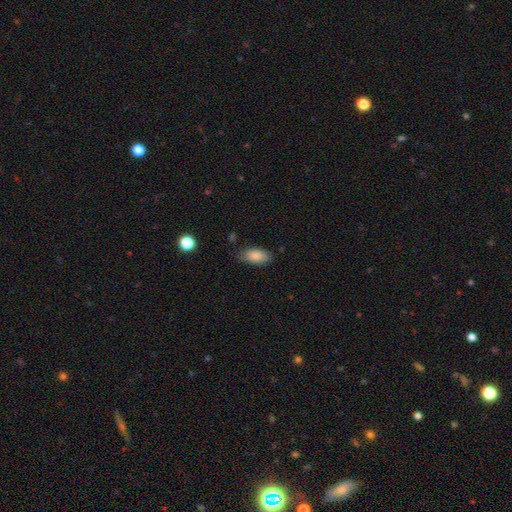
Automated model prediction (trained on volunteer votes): Smooth or featured? Predicted: smooth (p=0.87). How rounded? Predicted: in between (p=0.91). Merging? Predicted: none (p=0.76).